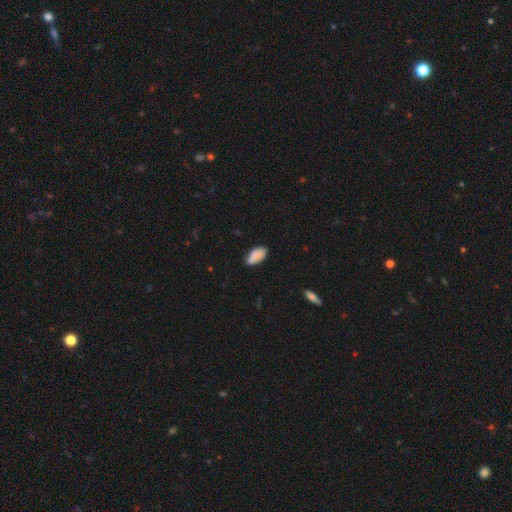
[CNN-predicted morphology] Smooth or featured? smooth (84%)
How rounded? in between (91%)
Merging? none (69%)